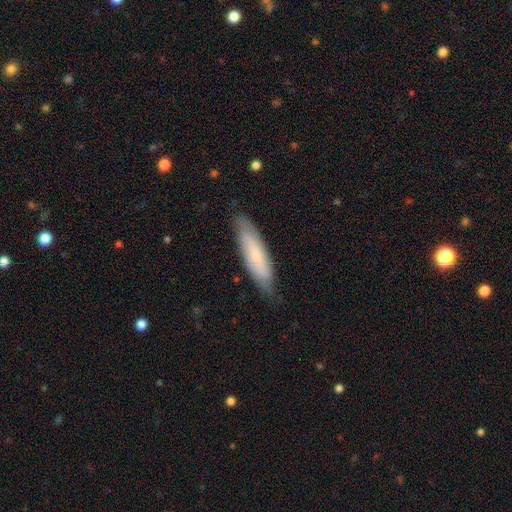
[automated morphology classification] The model was most divided on "smooth or featured": smooth: 59%, featured or disk: 34%, star or artifact: 6%. More confident: merging — none (81%); how rounded — cigar-shaped (66%).